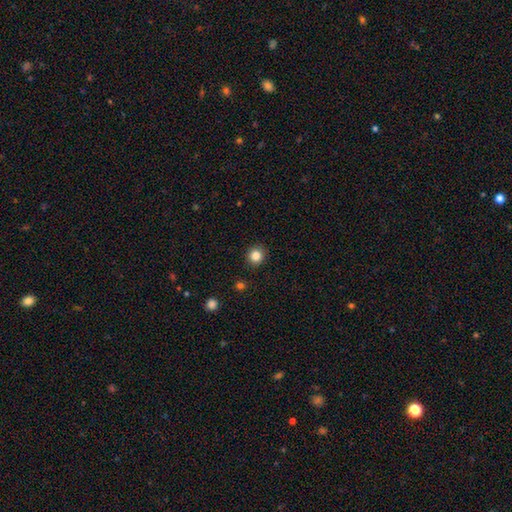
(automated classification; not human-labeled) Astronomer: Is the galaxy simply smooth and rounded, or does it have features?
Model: smooth — 84%.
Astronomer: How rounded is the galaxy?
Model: round — 91%.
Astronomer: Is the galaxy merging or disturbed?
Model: none — 91%.